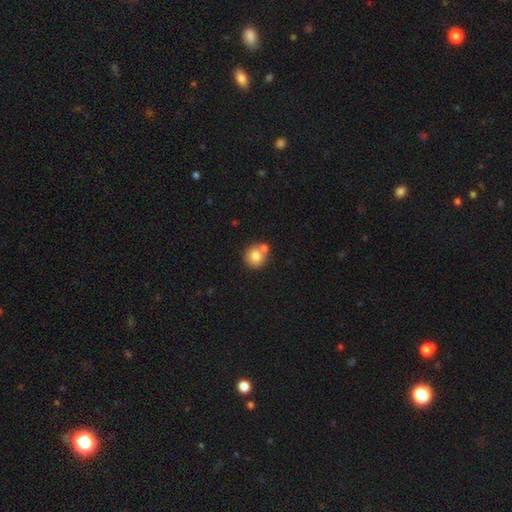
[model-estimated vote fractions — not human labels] Smooth or featured: smooth — 78% (featured or disk — 13%)
How rounded: round — 87% (in between — 13%)
Merging: none — 56% (merger — 32%)